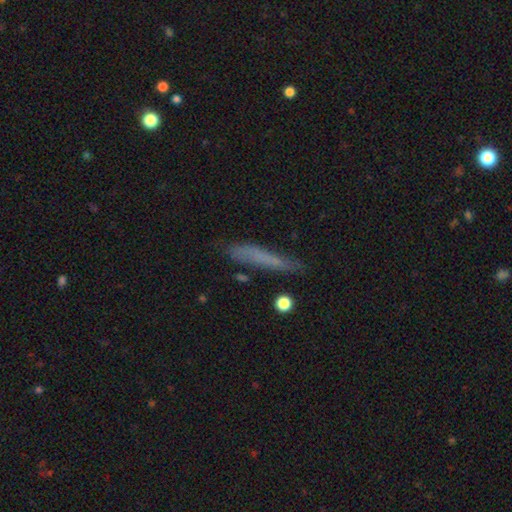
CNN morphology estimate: Q: Smooth or featured?
A: smooth (63%); runner-up: featured or disk (27%)
Q: How rounded?
A: cigar-shaped (90%); runner-up: in between (8%)
Q: Merging?
A: none (68%); runner-up: minor disturbance (21%)